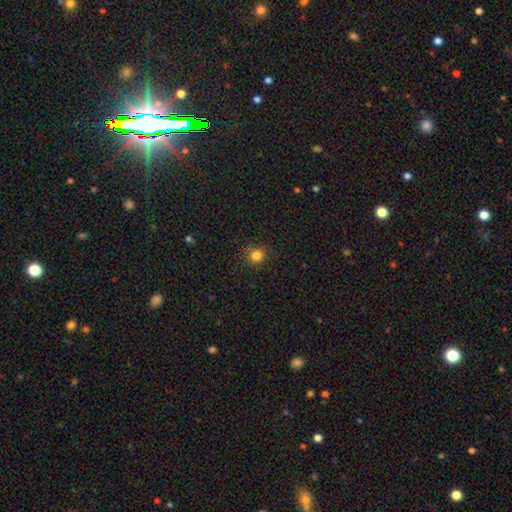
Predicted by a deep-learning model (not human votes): A smooth galaxy with no disk features (82%) that is round (88%). Merging: none (89%).